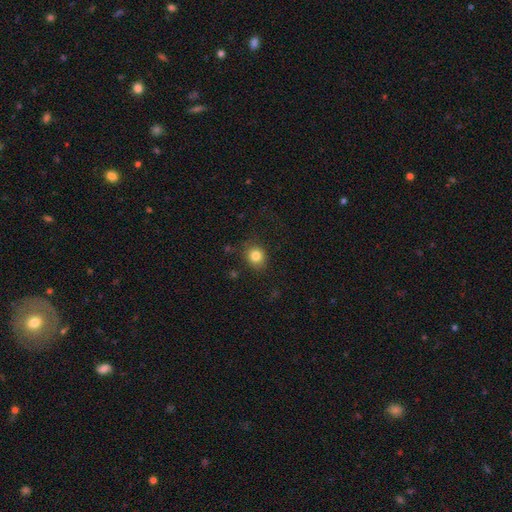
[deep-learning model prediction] smooth_or_featured: smooth (p=0.82) [alt: star or artifact p=0.11]
how_rounded: round (p=0.77) [alt: in between p=0.22]
merging: none (p=0.83) [alt: minor disturbance p=0.12]